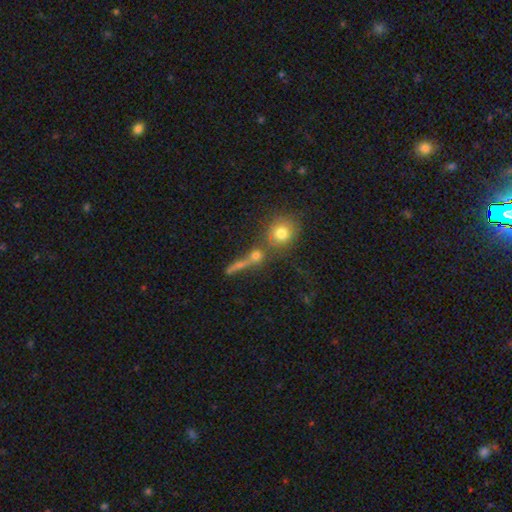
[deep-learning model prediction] Smooth or featured: smooth — 63% (star or artifact — 19%)
How rounded: round — 65% (cigar-shaped — 17%)
Merging: none — 49% (merger — 35%)